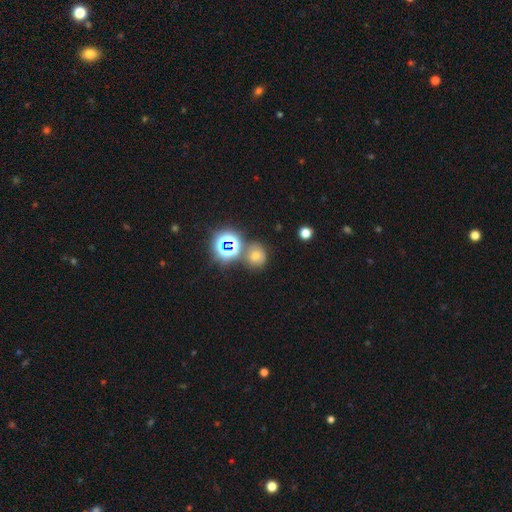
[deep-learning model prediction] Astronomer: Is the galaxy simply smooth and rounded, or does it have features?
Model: smooth — 59%.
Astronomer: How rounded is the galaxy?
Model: round — 82%.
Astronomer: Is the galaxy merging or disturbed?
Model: none — 69%.